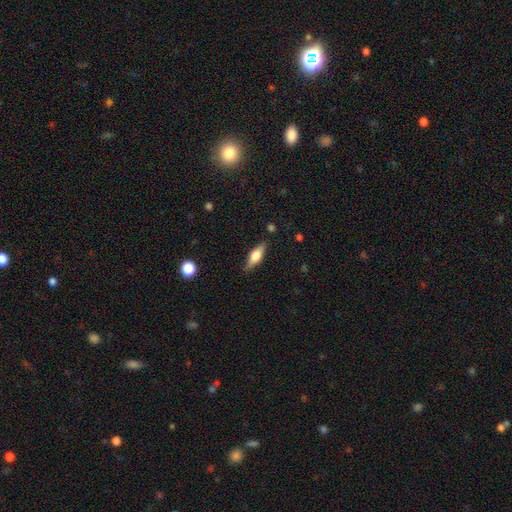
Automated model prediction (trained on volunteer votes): Smooth or featured? Predicted: smooth (p=0.52). How rounded? Predicted: in between (p=0.55). Merging? Predicted: none (p=0.83).